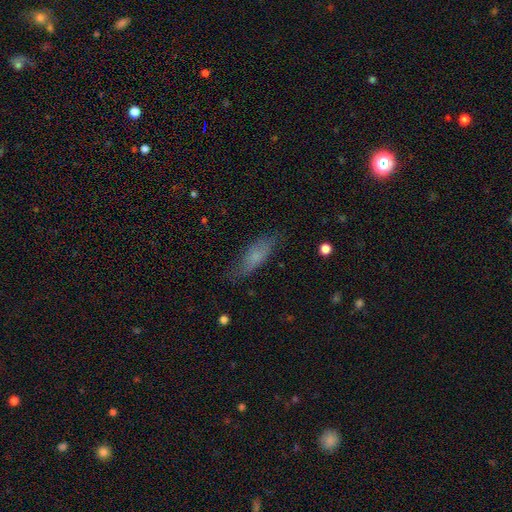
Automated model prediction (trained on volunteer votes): Morphology: type=smooth (67%); roundness=in between (49%); merging=none (72%).